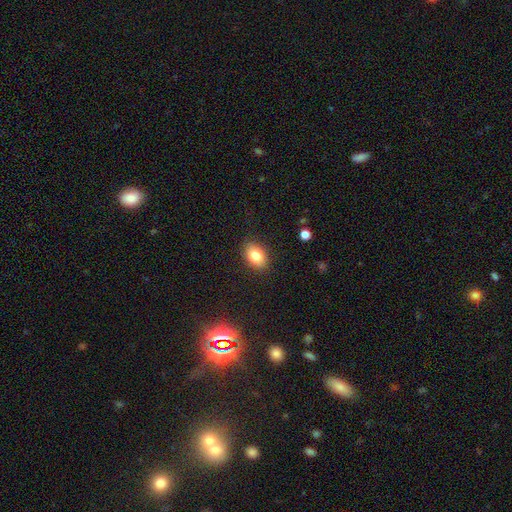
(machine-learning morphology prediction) smooth 82%, star or artifact 9%, featured or disk 9%. Down the decision tree: how rounded — in between (83%); merging — none (87%).